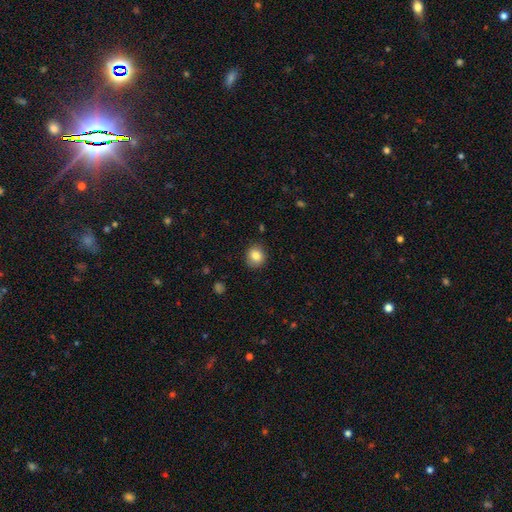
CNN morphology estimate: Overall: smooth (84%). How rounded: round (83%). Merging: none (88%).